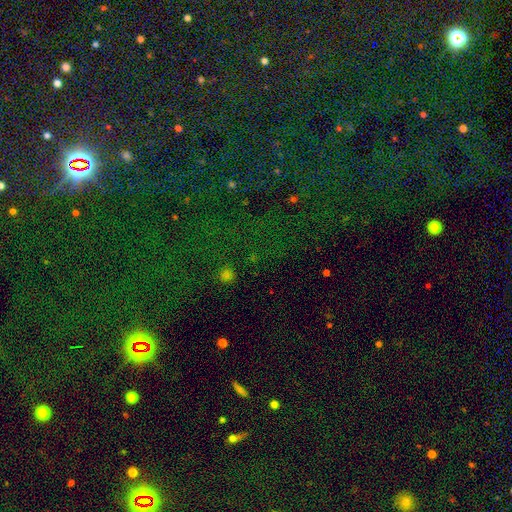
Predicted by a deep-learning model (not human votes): Smooth or featured? Predicted: star or artifact (p=0.76).